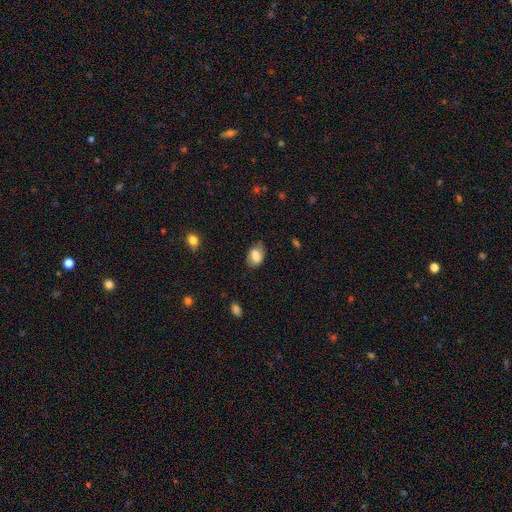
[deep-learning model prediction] This is likely a smooth galaxy (74%). How rounded: clearly in between (85%). Merging: likely none (66%).